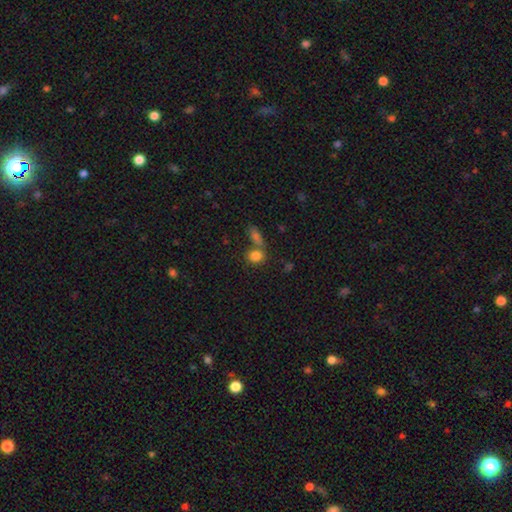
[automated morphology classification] Smooth or featured? smooth (83%)
How rounded? round (55%)
Merging? none (52%)